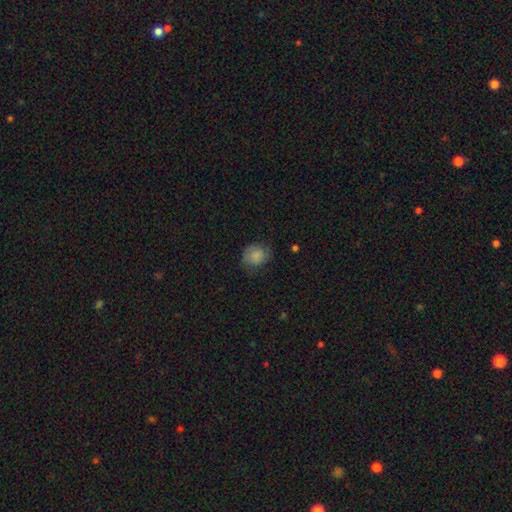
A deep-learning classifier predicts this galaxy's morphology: smooth 81%, featured or disk 11%, star or artifact 9%. Down the decision tree: how rounded — round (64%); merging — none (69%).